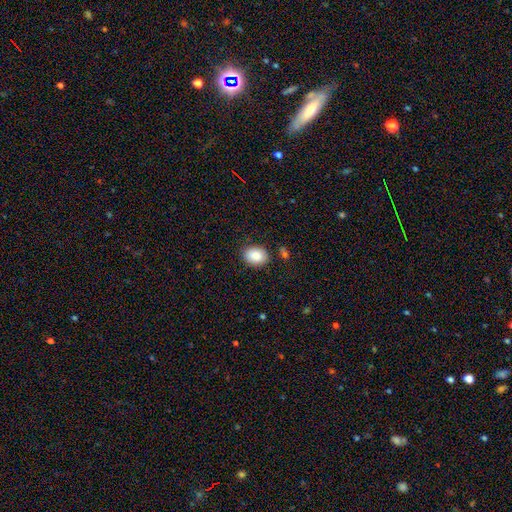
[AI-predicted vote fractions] A smooth galaxy with no disk features (87%) that is in between round and cigar-shaped (62%).

Vote fractions:
- Smooth or featured? smooth: 87% / star or artifact: 7% / featured or disk: 5%
- How rounded? in between: 62% / round: 37% / cigar-shaped: 1%
- Merging? none: 85% / minor disturbance: 10% / major disturbance: 3% / merger: 2%